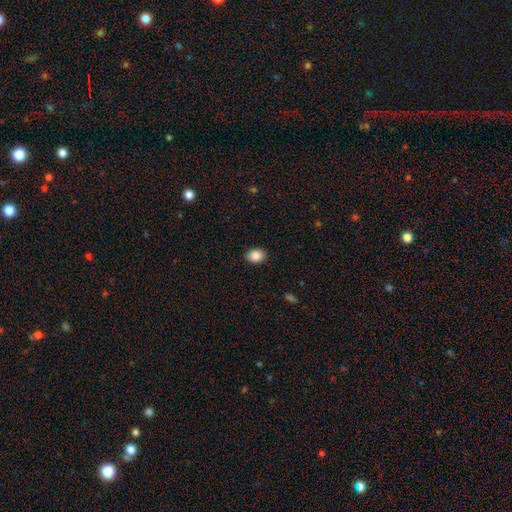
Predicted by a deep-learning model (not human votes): A smooth galaxy with no disk features (88%) that is in between round and cigar-shaped (68%). Merging: none (88%).